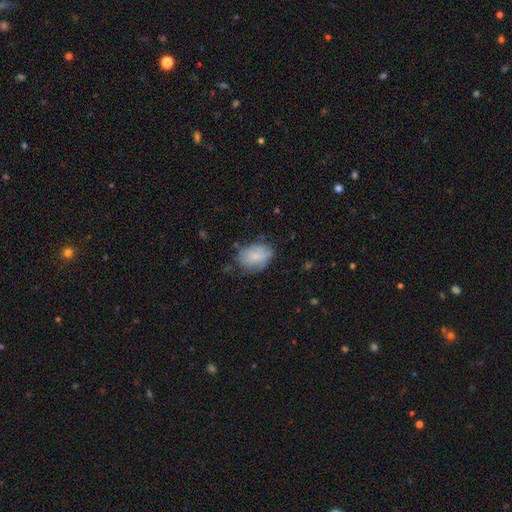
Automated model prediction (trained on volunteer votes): Smooth or featured?
  - smooth: 78% *
  - featured or disk: 15%
  - star or artifact: 8%
How rounded?
  - in between: 74% *
  - round: 25%
  - cigar-shaped: 1%
Merging?
  - none: 64% *
  - minor disturbance: 26%
  - major disturbance: 7%
  - merger: 3%